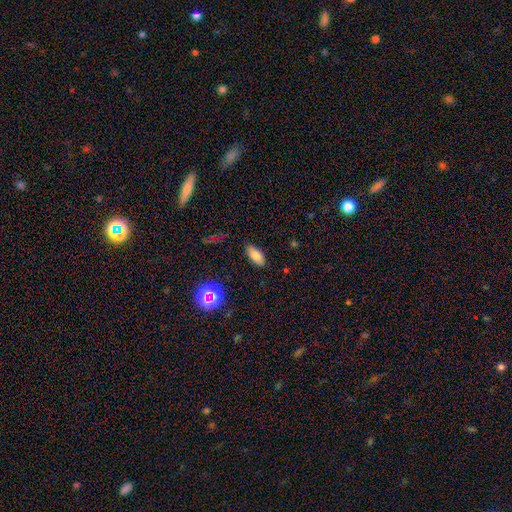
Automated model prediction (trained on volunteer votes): smooth 80%, star or artifact 12%, featured or disk 8%. Down the decision tree: how rounded — in between (89%); merging — none (84%).